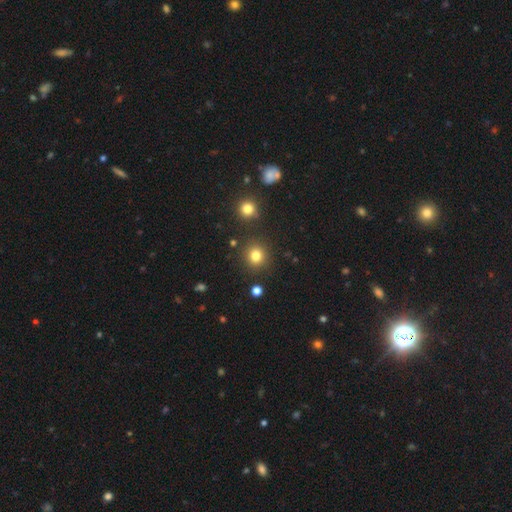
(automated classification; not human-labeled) This appears to be a smooth galaxy with no disk features (81%) that is round (89%). Merging: none (87%).